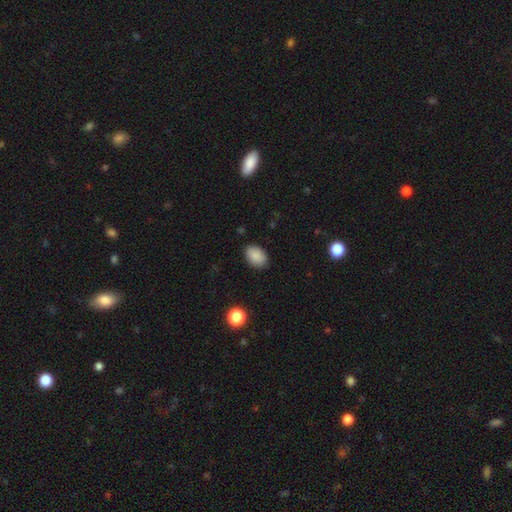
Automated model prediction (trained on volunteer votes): The model was most divided on "how rounded": in between: 82%, round: 17%, cigar-shaped: 1%. More confident: smooth or featured — smooth (88%); merging — none (86%).